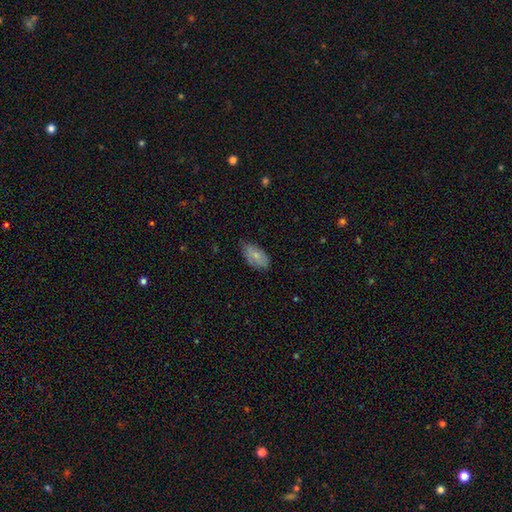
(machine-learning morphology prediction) type=smooth (73%); roundness=in between (93%); merging=none (67%).